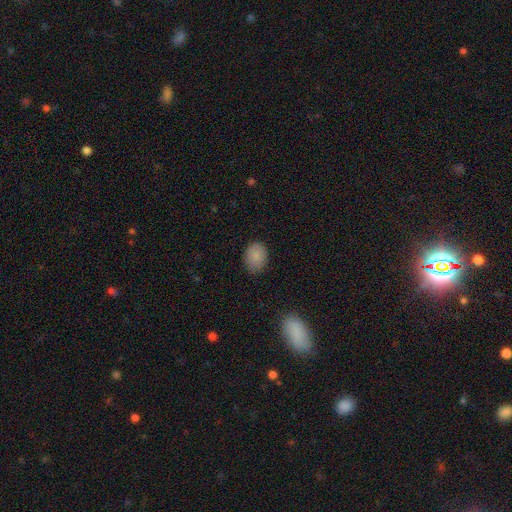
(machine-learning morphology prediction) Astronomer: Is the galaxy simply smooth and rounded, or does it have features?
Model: smooth — 85%.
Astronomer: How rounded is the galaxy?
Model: in between — 70%.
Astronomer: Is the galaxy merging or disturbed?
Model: none — 79%.